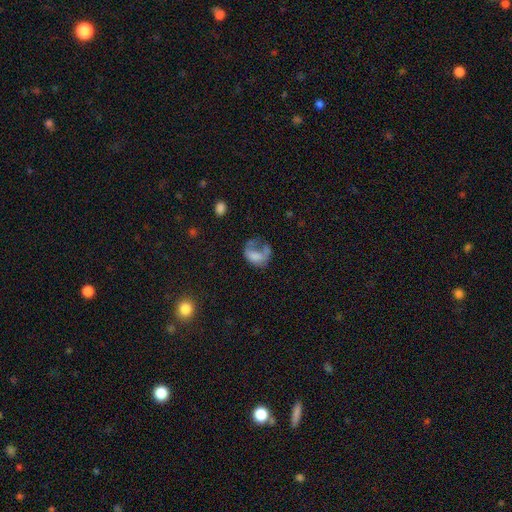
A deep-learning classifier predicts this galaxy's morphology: Smooth or featured?
  - smooth: 54% *
  - featured or disk: 34%
  - star or artifact: 12%
How rounded?
  - in between: 66% *
  - round: 32%
  - cigar-shaped: 2%
Merging?
  - major disturbance: 50% *
  - none: 22%
  - minor disturbance: 17%
  - merger: 10%